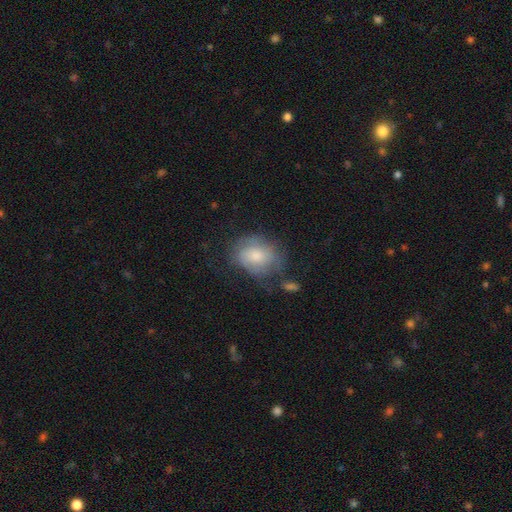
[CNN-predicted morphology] The model was most divided on "how rounded": in between: 54%, round: 45%, cigar-shaped: 1%. Remaining: smooth or featured — smooth (62%); merging — none (50%).